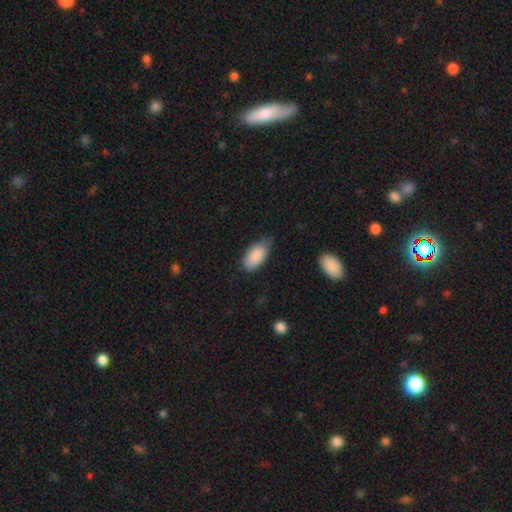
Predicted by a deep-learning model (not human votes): This appears to be a smooth galaxy with no disk features (88%) that is in between round and cigar-shaped (93%). Merging: none (60%).